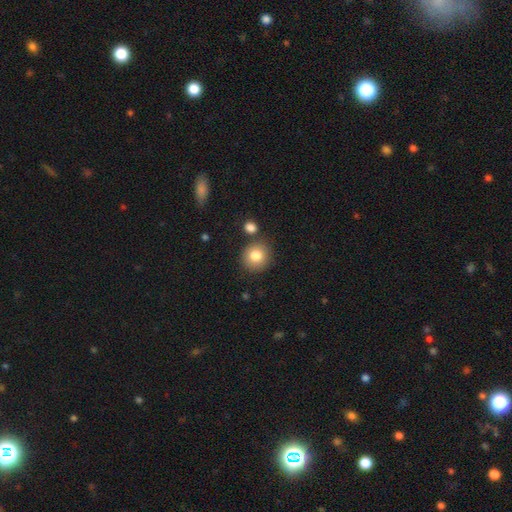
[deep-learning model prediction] smooth 82%, star or artifact 9%, featured or disk 9%. Down the decision tree: how rounded — round (88%); merging — none (80%).